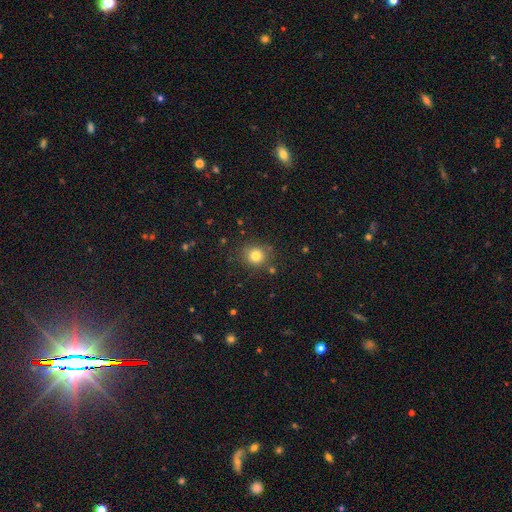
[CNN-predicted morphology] smooth-or-featured: smooth: 79% | star or artifact: 13% | featured or disk: 7%
  how-rounded: round: 88% | in between: 11% | cigar-shaped: 1%
  merging: none: 83% | minor disturbance: 10% | merger: 4% | major disturbance: 3%